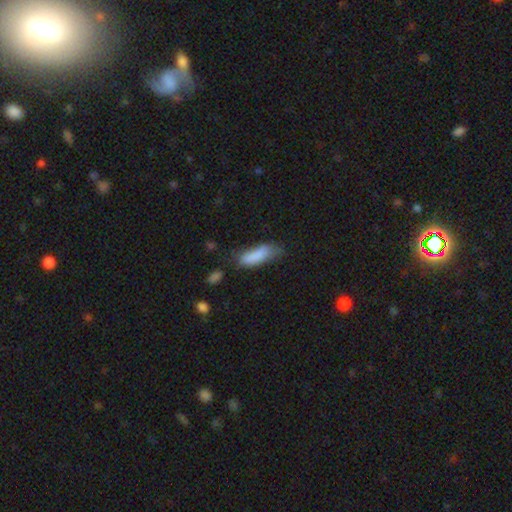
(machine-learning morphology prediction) Smooth or featured? smooth (83%)
How rounded? in between (54%)
Merging? none (47%)